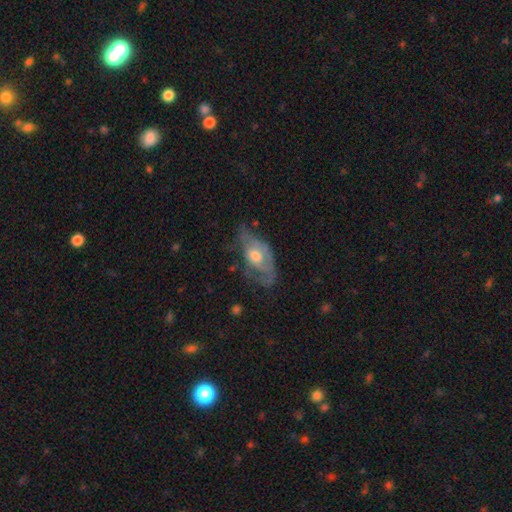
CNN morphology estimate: type=featured or disk (60%); edge-on=no (87%); bar=no (74%); spiral arms=yes (53%); bulge=moderate (64%); merging=none (36%).